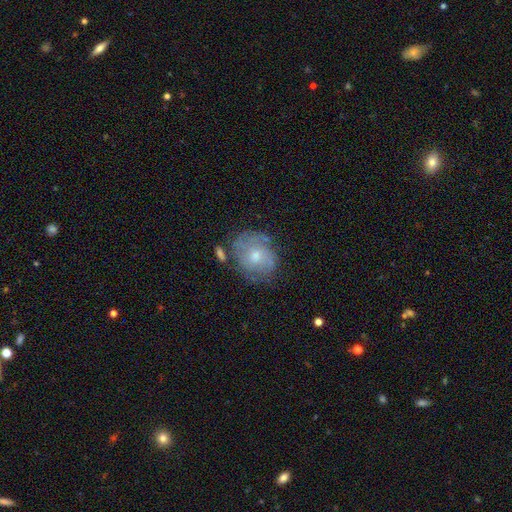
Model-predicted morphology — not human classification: type=featured or disk (58%); edge-on=no (97%); bar=no (79%); spiral arms=yes (72%); bulge=moderate (53%); merging=none (63%).